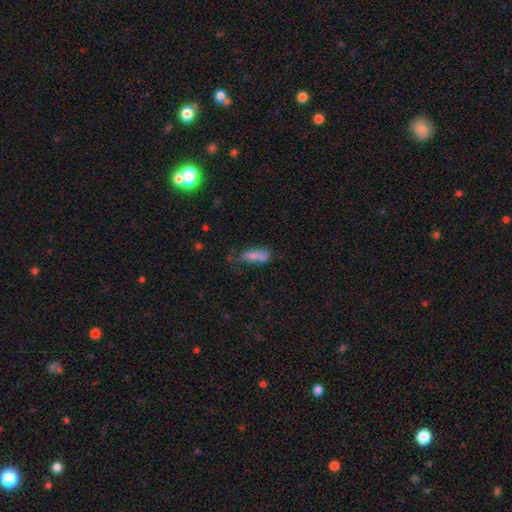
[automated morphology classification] This appears to be a smooth galaxy with no disk features (75%) that is in between round and cigar-shaped (71%). Merging: none (42%).